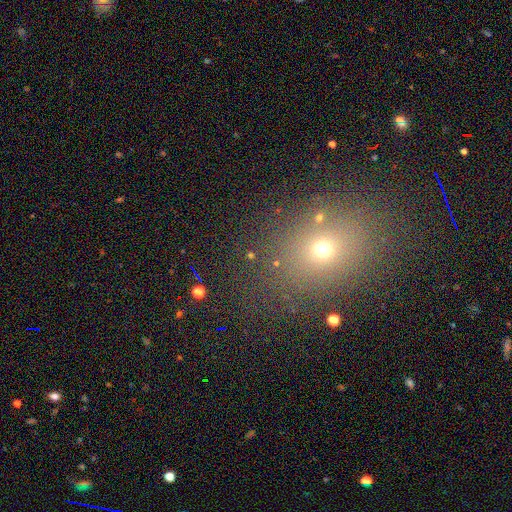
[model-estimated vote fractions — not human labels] A smooth galaxy with no disk features (54%) that is in between round and cigar-shaped (50%). Merging: none (84%).